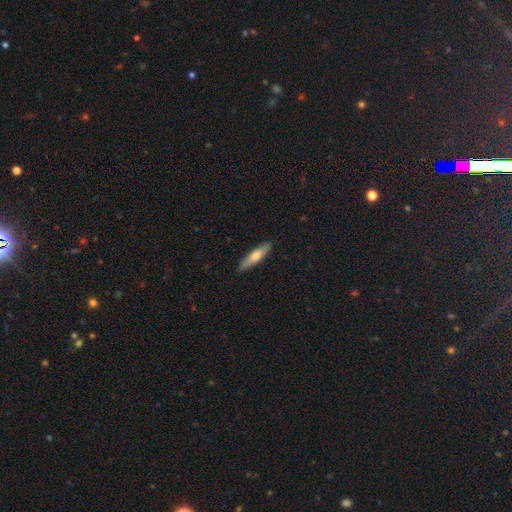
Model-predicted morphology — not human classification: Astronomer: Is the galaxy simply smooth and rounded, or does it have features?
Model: smooth — 61%.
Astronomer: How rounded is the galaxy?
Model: cigar-shaped — 78%.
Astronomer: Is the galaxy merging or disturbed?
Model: none — 89%.